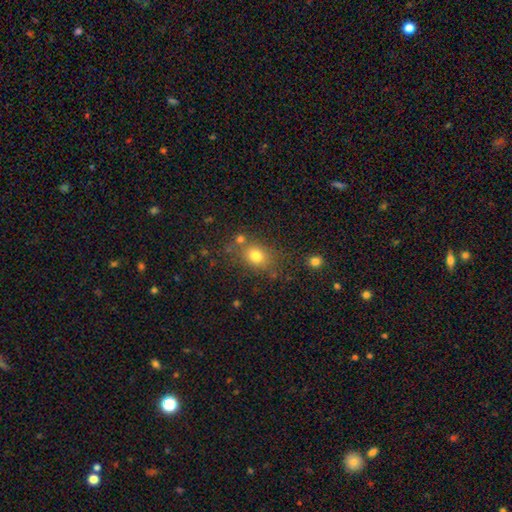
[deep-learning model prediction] Smooth or featured? Predicted: smooth (p=0.76). How rounded? Predicted: round (p=0.51). Merging? Predicted: none (p=0.70).